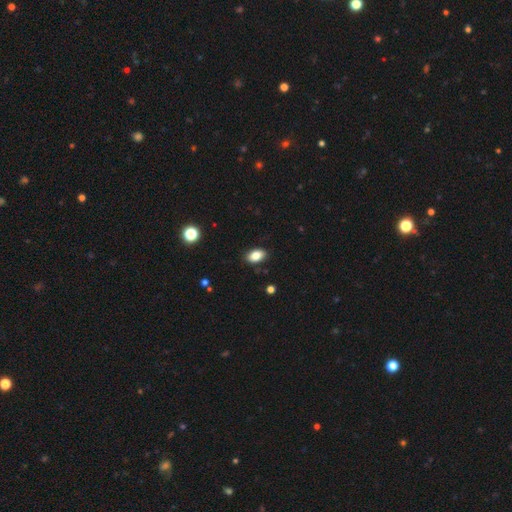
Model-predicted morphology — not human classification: Q: Smooth or featured?
A: smooth (85%); runner-up: star or artifact (9%)
Q: How rounded?
A: in between (89%); runner-up: round (9%)
Q: Merging?
A: none (87%); runner-up: minor disturbance (9%)